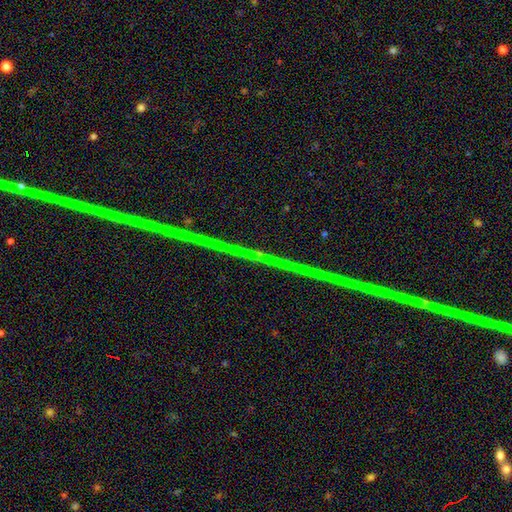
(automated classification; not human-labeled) A star or artifact, not a galaxy (72%).